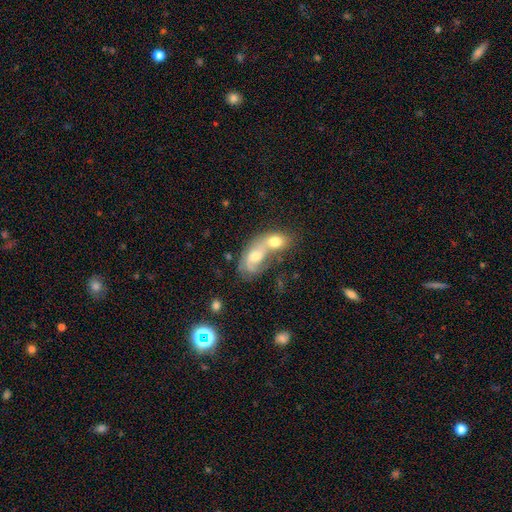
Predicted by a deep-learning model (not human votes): This is possibly a featured or disk galaxy (45%). Merging: likely merger (73%).